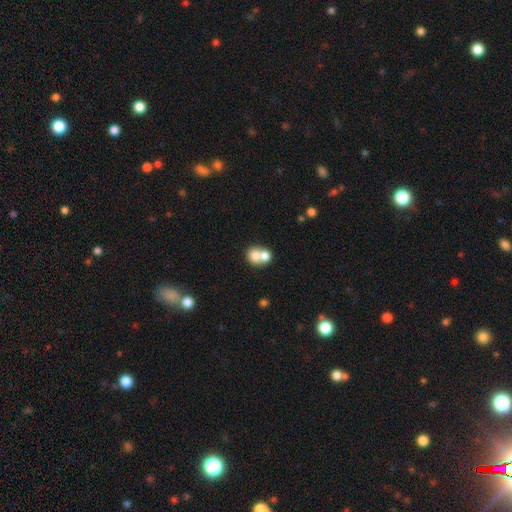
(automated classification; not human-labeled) smooth 74%, featured or disk 16%, star or artifact 10%. Down the decision tree: how rounded — round (69%); merging — merger (66%).